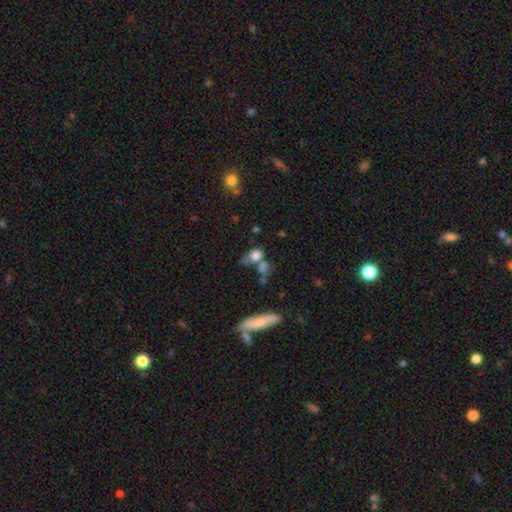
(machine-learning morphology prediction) This appears to be a smooth galaxy with no disk features (75%) that is in between round and cigar-shaped (54%). Merging: none (36%).